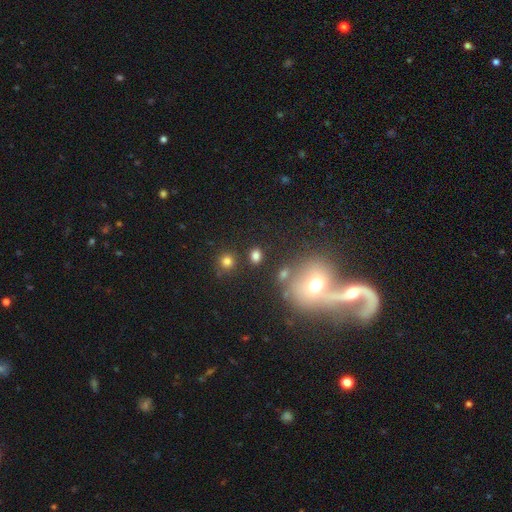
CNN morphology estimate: Q: Smooth or featured?
A: smooth (79%); runner-up: star or artifact (15%)
Q: How rounded?
A: round (57%); runner-up: in between (42%)
Q: Merging?
A: none (81%); runner-up: minor disturbance (9%)